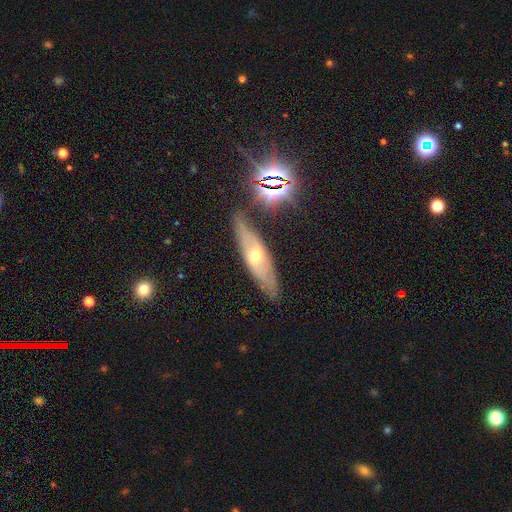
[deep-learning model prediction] This appears to be a featured or disk galaxy (63%). Merging: none (78%).